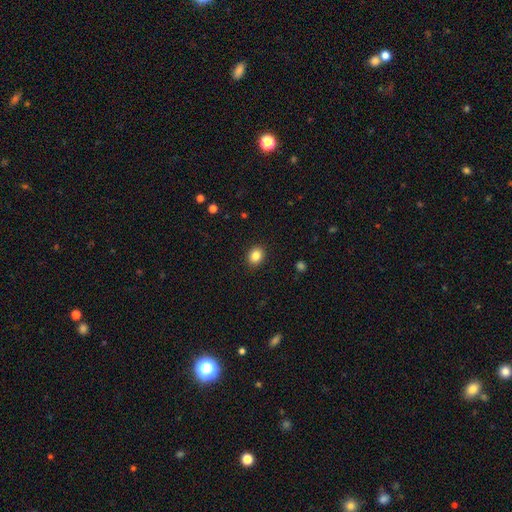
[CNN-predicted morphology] Smooth or featured? Predicted: smooth (p=0.85). How rounded? Predicted: round (p=0.55). Merging? Predicted: none (p=0.90).